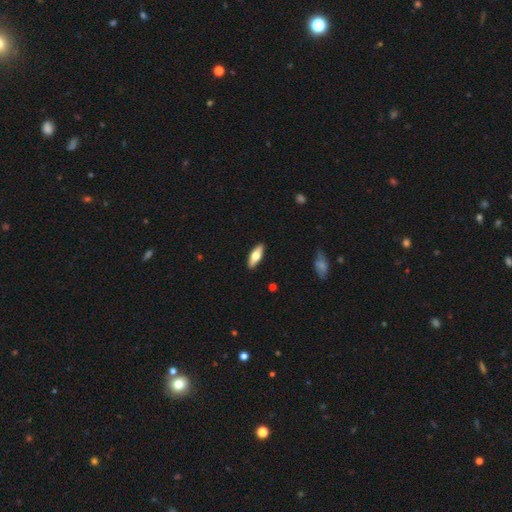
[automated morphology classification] A smooth galaxy with no disk features (60%) that is in between round and cigar-shaped (62%). Merging: none (90%).